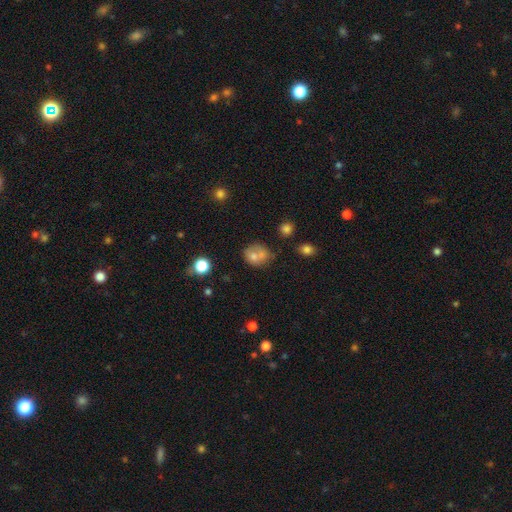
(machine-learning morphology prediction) smooth-or-featured: smooth: 69% | featured or disk: 19% | star or artifact: 12%
  how-rounded: round: 68% | in between: 31% | cigar-shaped: 1%
  merging: merger: 44% | none: 36% | minor disturbance: 13% | major disturbance: 6%